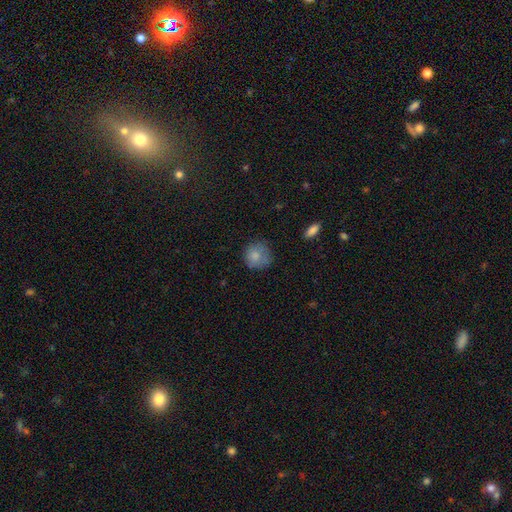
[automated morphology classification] smooth_or_featured: smooth (p=0.81) [alt: featured or disk p=0.10]
how_rounded: round (p=0.89) [alt: in between p=0.10]
merging: none (p=0.71) [alt: minor disturbance p=0.21]